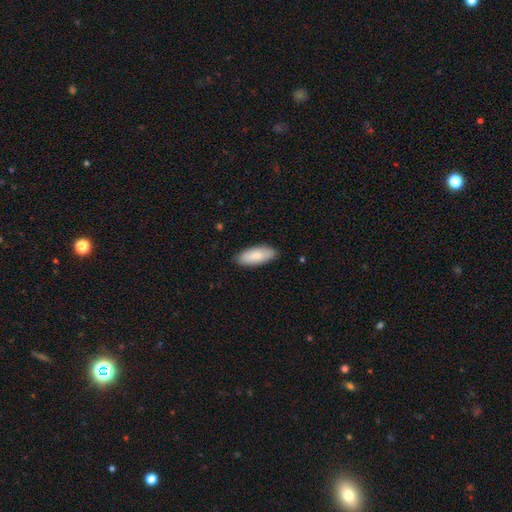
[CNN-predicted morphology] A smooth galaxy with no disk features (83%) that is in between round and cigar-shaped (82%).

Vote fractions:
- Smooth or featured? smooth: 83% / featured or disk: 12% / star or artifact: 5%
- How rounded? in between: 82% / cigar-shaped: 16% / round: 2%
- Merging? none: 86% / minor disturbance: 11% / major disturbance: 2% / merger: 1%